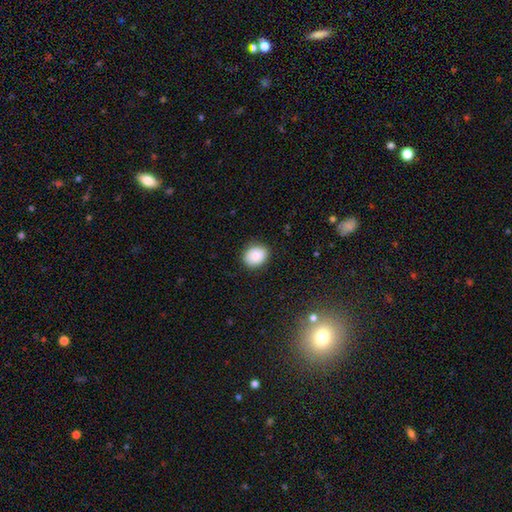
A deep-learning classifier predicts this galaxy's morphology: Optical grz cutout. It shows a smooth galaxy with no disk features (86%) that is round (53%). Merging: none (87%).